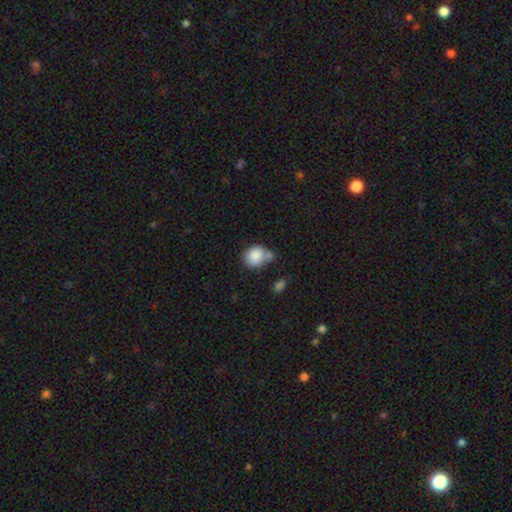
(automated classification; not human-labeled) smooth-or-featured: smooth: 85% | star or artifact: 8% | featured or disk: 7%
  how-rounded: round: 73% | in between: 26% | cigar-shaped: 1%
  merging: none: 48% | merger: 29% | minor disturbance: 18% | major disturbance: 6%